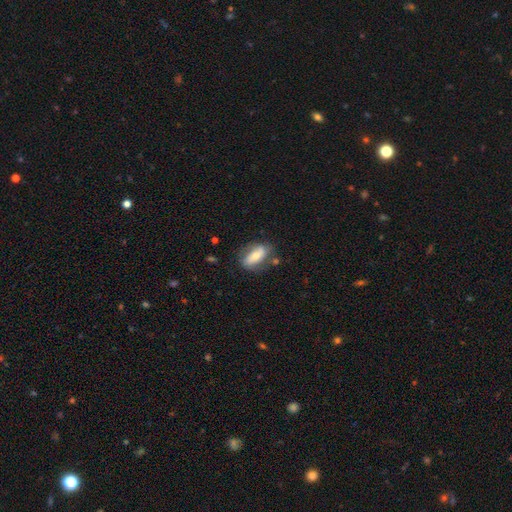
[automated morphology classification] smooth-or-featured: smooth: 55% | featured or disk: 38% | star or artifact: 7%
  how-rounded: in between: 83% | cigar-shaped: 12% | round: 5%
  merging: none: 69% | minor disturbance: 20% | major disturbance: 7% | merger: 4%